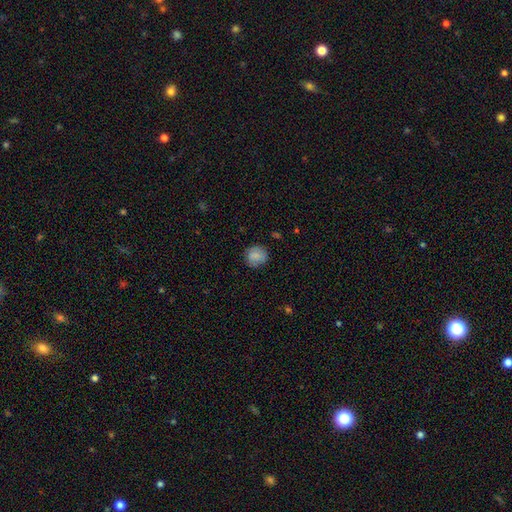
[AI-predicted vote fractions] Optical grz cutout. It shows a smooth galaxy with no disk features (83%) that is round (84%). Merging: none (81%).